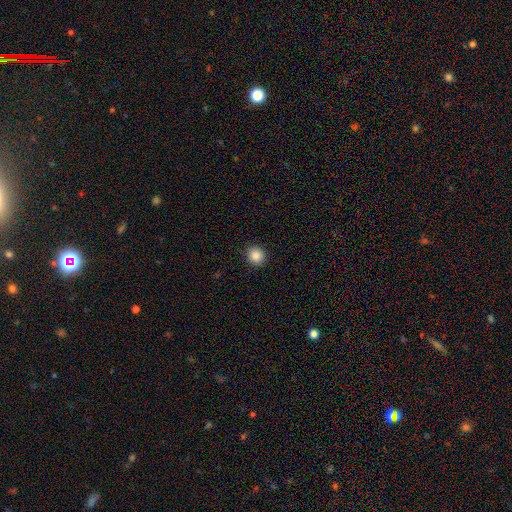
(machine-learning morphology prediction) Smooth or featured? smooth (88%)
How rounded? round (83%)
Merging? none (91%)